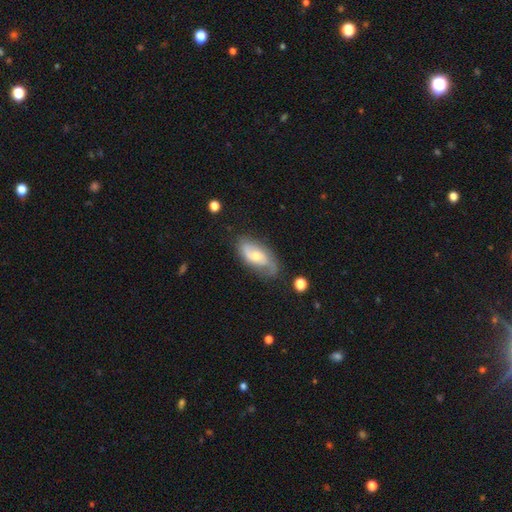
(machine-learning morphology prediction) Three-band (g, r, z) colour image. It shows a featured or disk galaxy (65%) with no bar (61%), 2 (71%) medium (41%) spiral arms (86%) and a moderate central bulge (55%). Merging: none (61%).